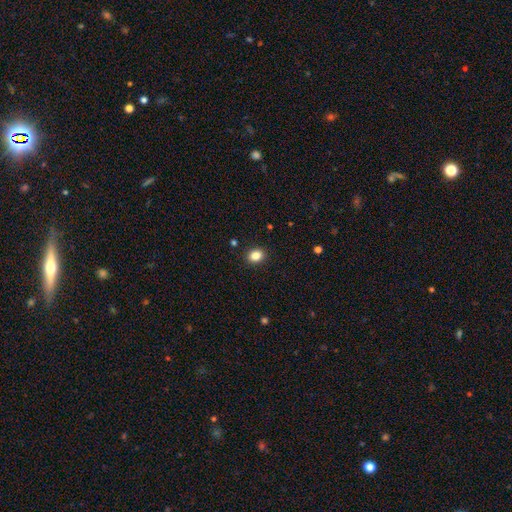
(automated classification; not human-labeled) smooth-or-featured: smooth: 85% | star or artifact: 10% | featured or disk: 4%
  how-rounded: in between: 51% | round: 48% | cigar-shaped: 1%
  merging: none: 91% | minor disturbance: 6% | major disturbance: 2% | merger: 1%